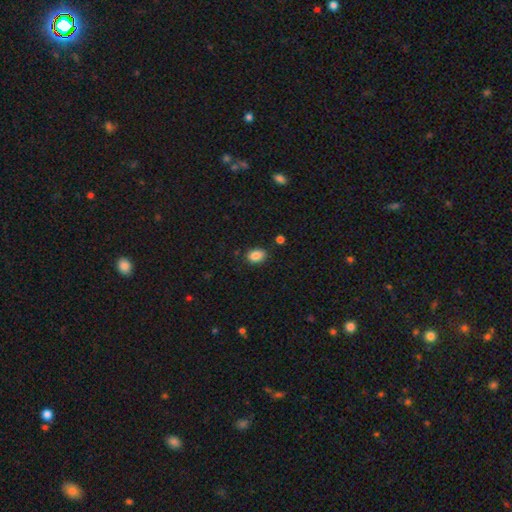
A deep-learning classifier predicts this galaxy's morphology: This appears to be a smooth galaxy with no disk features (87%) that is in between round and cigar-shaped (80%). Merging: none (81%).